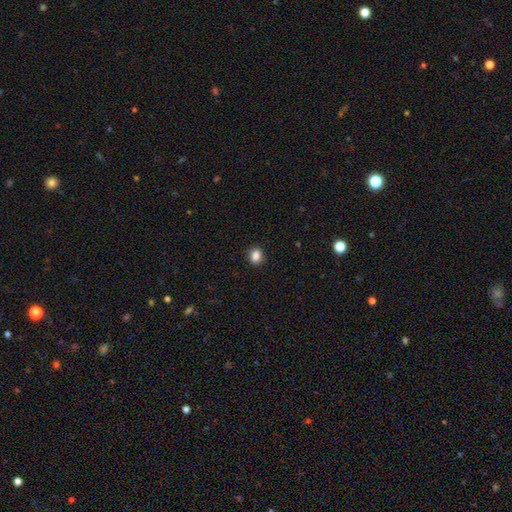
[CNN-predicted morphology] Overall: smooth (86%). How rounded: round (60%; in between 38%). Merging: none (90%).